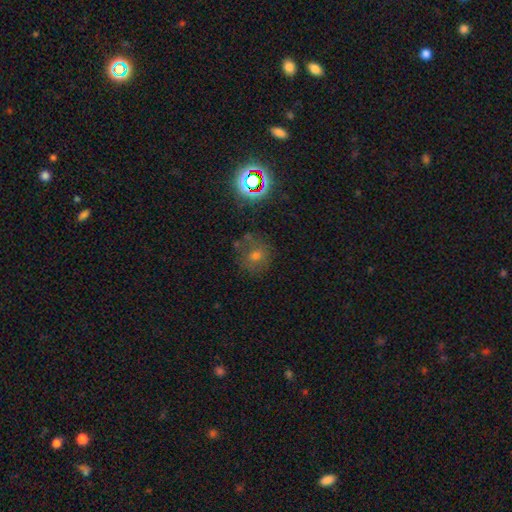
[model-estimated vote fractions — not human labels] A smooth galaxy with no disk features (50%). Merging: none (72%).